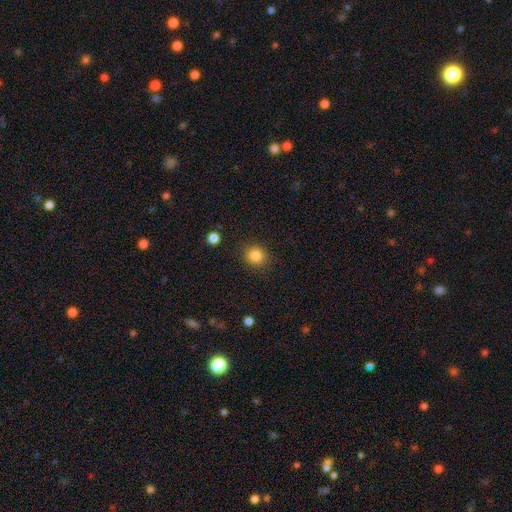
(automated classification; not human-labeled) smooth_or_featured: smooth (p=0.84) [alt: star or artifact p=0.11]
how_rounded: round (p=0.85) [alt: in between p=0.14]
merging: none (p=0.88) [alt: minor disturbance p=0.08]